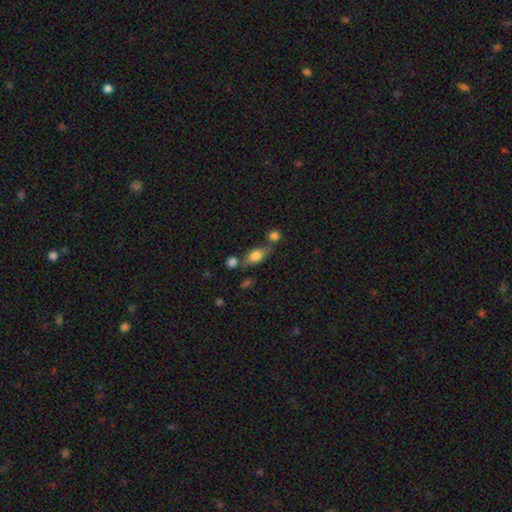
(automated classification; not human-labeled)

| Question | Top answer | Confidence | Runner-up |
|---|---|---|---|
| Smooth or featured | smooth | 75% | featured or disk (16%) |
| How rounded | in between | 78% | round (11%) |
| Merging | none | 57% | merger (23%) |